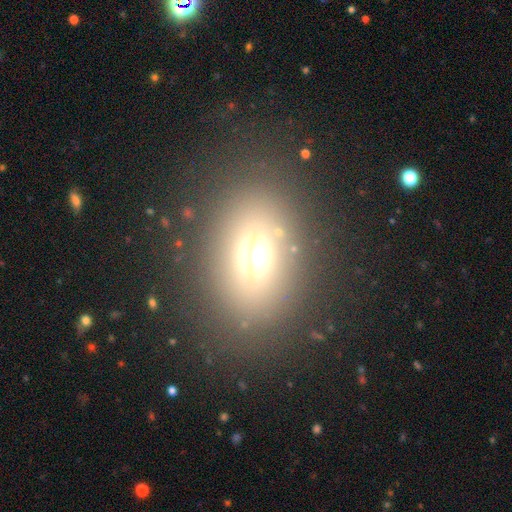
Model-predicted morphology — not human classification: Smooth or featured: smooth — 45% (featured or disk — 32%)
Merging: none — 78% (minor disturbance — 12%)